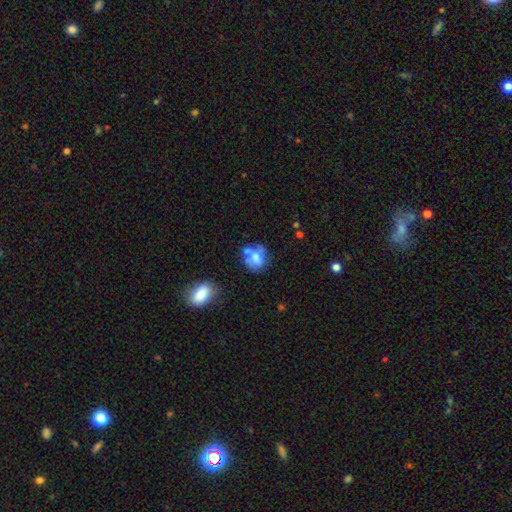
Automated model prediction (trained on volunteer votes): smooth-or-featured: smooth: 61% | featured or disk: 28% | star or artifact: 10%
  how-rounded: round: 51% | in between: 47% | cigar-shaped: 2%
  merging: none: 41% | merger: 28% | minor disturbance: 20% | major disturbance: 11%